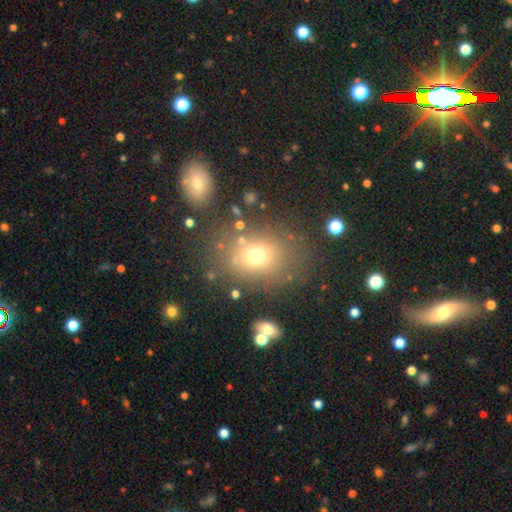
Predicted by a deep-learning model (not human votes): smooth_or_featured: smooth (p=0.69) [alt: star or artifact p=0.17]
how_rounded: round (p=0.51) [alt: in between p=0.48]
merging: none (p=0.72) [alt: minor disturbance p=0.14]